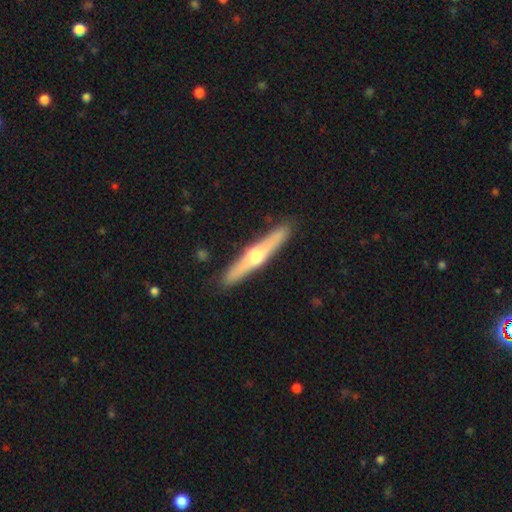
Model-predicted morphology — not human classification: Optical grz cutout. It shows a featured or disk galaxy (61%) viewed edge-on (95%) with a rounded central bulge (90%). Merging: none (89%).